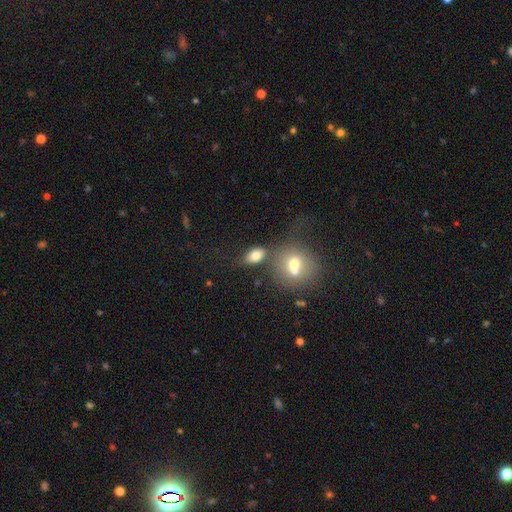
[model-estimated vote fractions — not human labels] This appears to be a smooth galaxy with no disk features (78%) that is in between round and cigar-shaped (82%). Merging: none (56%).